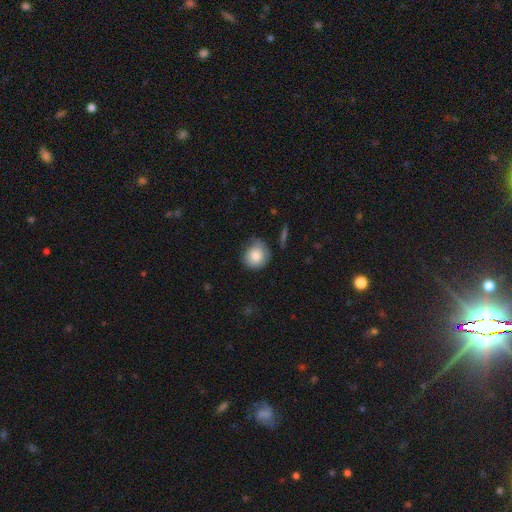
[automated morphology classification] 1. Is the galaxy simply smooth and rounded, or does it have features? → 82% smooth, 11% featured or disk, 8% star or artifact.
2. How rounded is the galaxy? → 87% round, 12% in between, 1% cigar-shaped.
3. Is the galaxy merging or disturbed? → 64% none, 27% minor disturbance, 6% major disturbance, 3% merger.